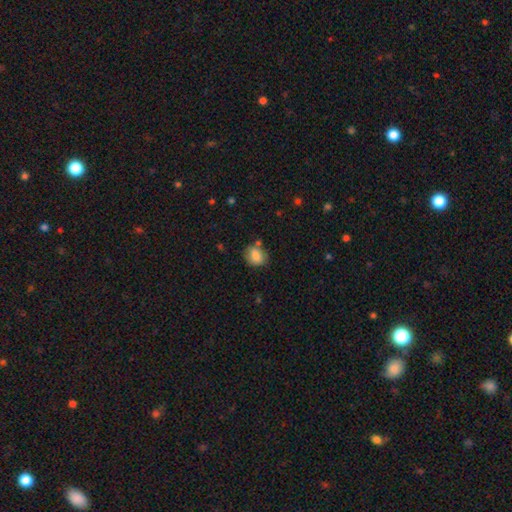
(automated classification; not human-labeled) Q: Smooth or featured?
A: smooth (82%); runner-up: featured or disk (9%)
Q: How rounded?
A: round (53%); runner-up: in between (46%)
Q: Merging?
A: none (72%); runner-up: minor disturbance (17%)